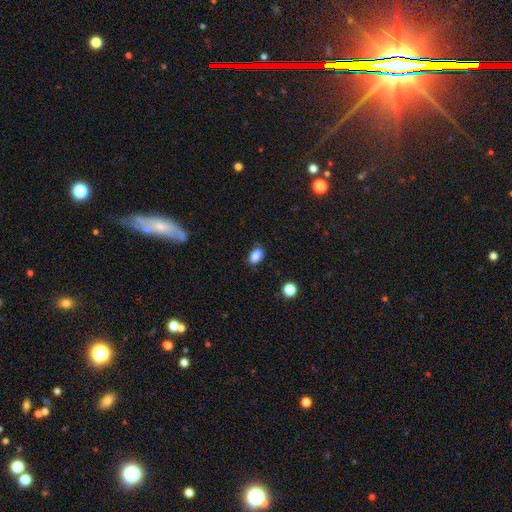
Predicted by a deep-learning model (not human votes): Morphology: type=smooth (85%); roundness=in between (86%); merging=none (74%).